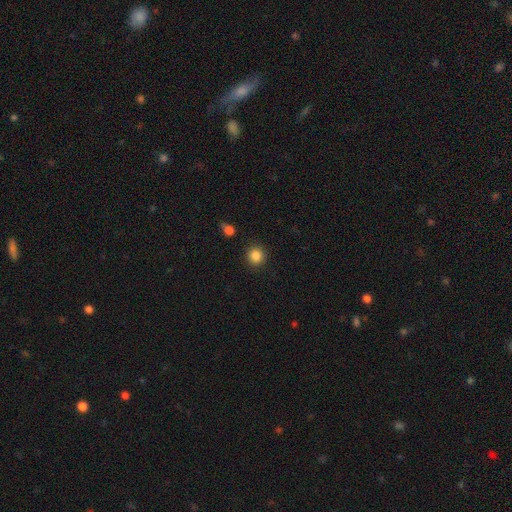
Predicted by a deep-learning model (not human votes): The model was most divided on "smooth or featured": smooth: 86%, star or artifact: 11%, featured or disk: 4%. More confident: how rounded — round (92%); merging — none (90%).